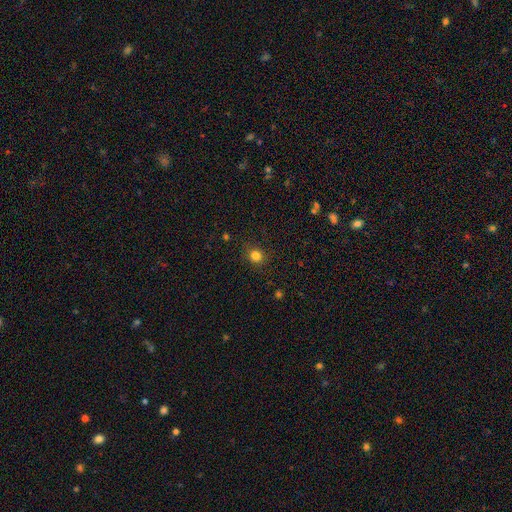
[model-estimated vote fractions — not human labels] smooth 82%, star or artifact 13%, featured or disk 5%. Down the decision tree: how rounded — round (83%); merging — none (88%).